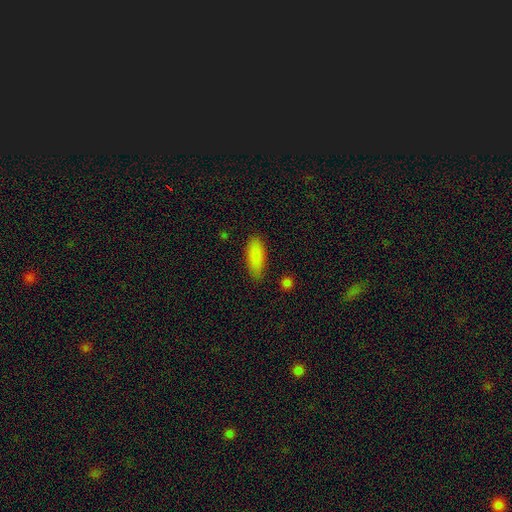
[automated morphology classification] Smooth or featured? smooth (87%)
How rounded? in between (77%)
Merging? none (81%)